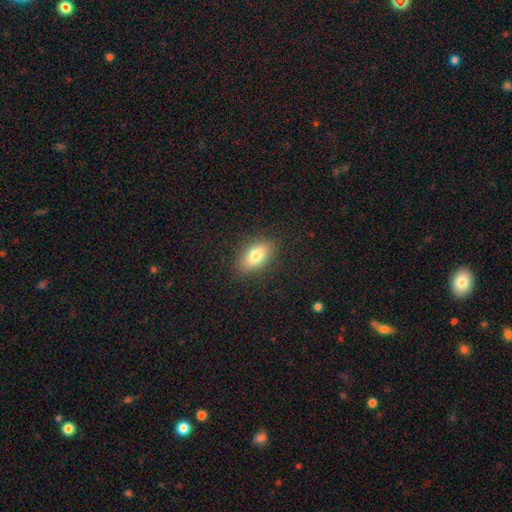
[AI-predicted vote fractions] Morphology: type=smooth (80%); roundness=in between (88%); merging=none (87%).